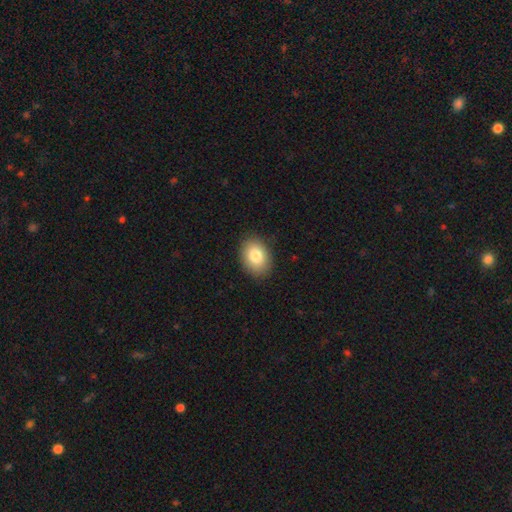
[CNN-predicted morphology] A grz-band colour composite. It shows a smooth galaxy with no disk features (83%) that is in between round and cigar-shaped (73%). Merging: none (88%).